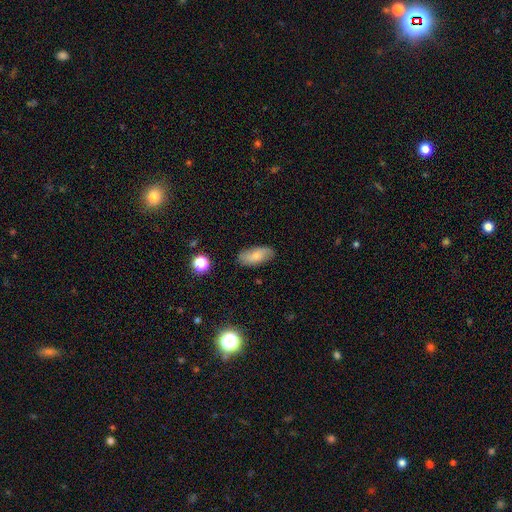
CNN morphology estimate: Overall: smooth (68%). How rounded: in between (89%). Merging: none (79%).